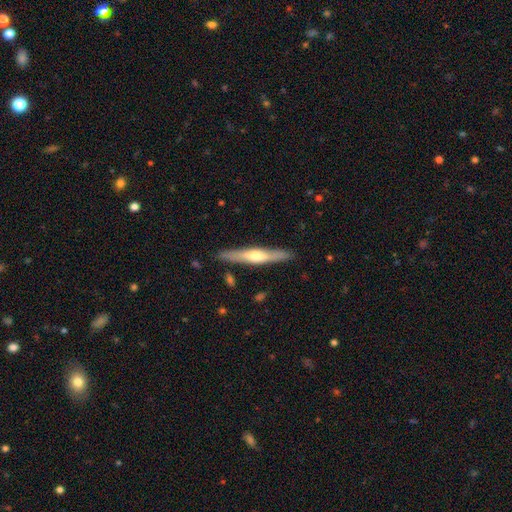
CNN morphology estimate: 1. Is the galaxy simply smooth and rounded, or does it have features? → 58% featured or disk, 37% smooth, 5% star or artifact.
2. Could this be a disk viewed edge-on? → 93% yes, 7% no.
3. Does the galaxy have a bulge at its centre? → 82% rounded, 11% none, 7% boxy.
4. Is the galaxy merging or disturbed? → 88% none, 9% minor disturbance, 2% major disturbance, 2% merger.